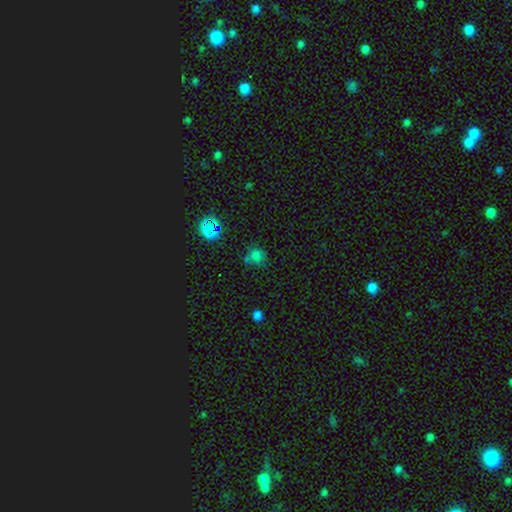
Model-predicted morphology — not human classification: This appears to be a smooth galaxy with no disk features (66%) that is round (82%). Merging: none (62%).